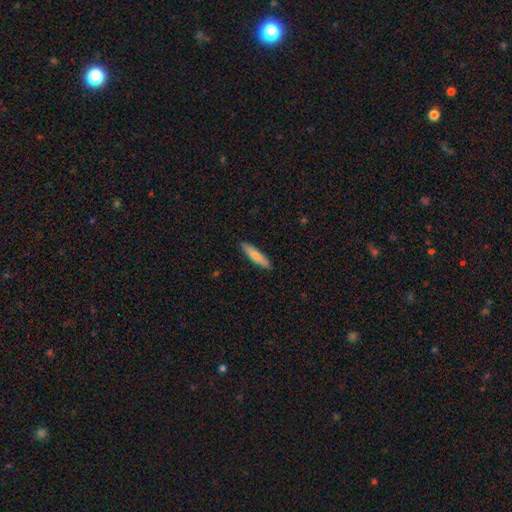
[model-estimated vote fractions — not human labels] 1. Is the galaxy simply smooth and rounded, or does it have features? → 79% smooth, 16% featured or disk, 5% star or artifact.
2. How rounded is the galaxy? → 86% cigar-shaped, 12% in between, 1% round.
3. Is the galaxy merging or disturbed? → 90% none, 7% minor disturbance, 2% major disturbance, 1% merger.